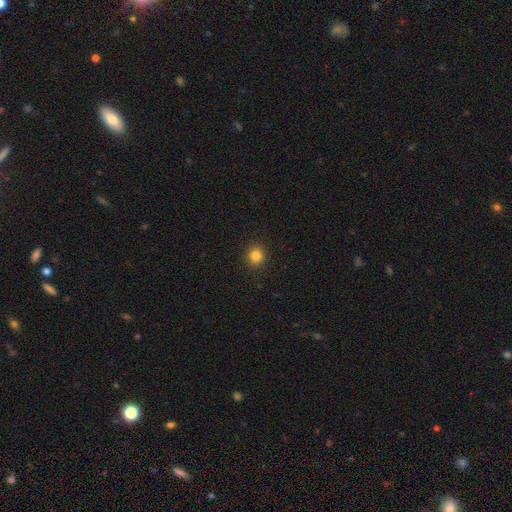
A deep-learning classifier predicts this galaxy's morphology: smooth 84%, star or artifact 12%, featured or disk 4%. Down the decision tree: how rounded — round (87%); merging — none (92%).